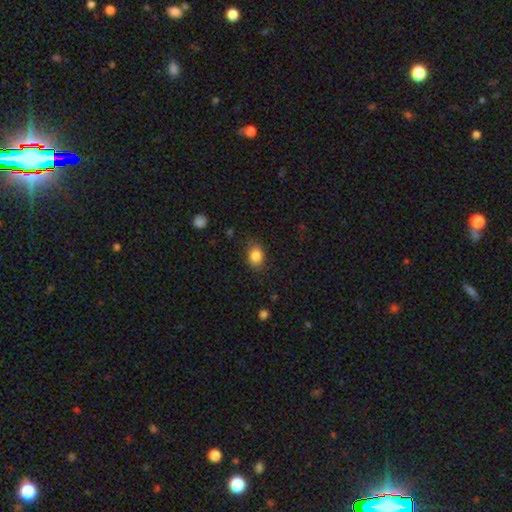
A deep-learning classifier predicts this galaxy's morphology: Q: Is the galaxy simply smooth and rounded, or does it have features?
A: smooth — 85%.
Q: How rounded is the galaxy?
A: in between — 62%.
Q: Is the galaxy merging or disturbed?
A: none — 80%.